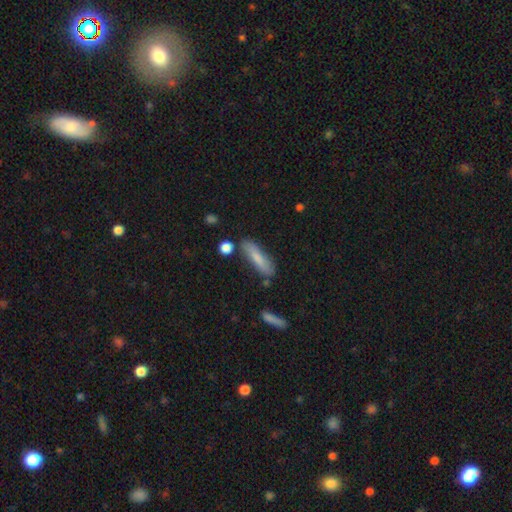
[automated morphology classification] Smooth or featured? Predicted: smooth (p=0.73). How rounded? Predicted: cigar-shaped (p=0.68). Merging? Predicted: none (p=0.74).